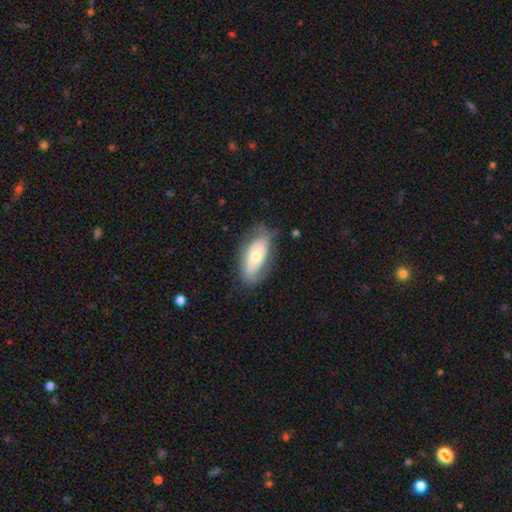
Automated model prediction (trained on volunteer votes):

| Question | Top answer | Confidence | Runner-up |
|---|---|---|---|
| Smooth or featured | smooth | 57% | featured or disk (37%) |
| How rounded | in between | 88% | cigar-shaped (9%) |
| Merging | none | 67% | minor disturbance (24%) |